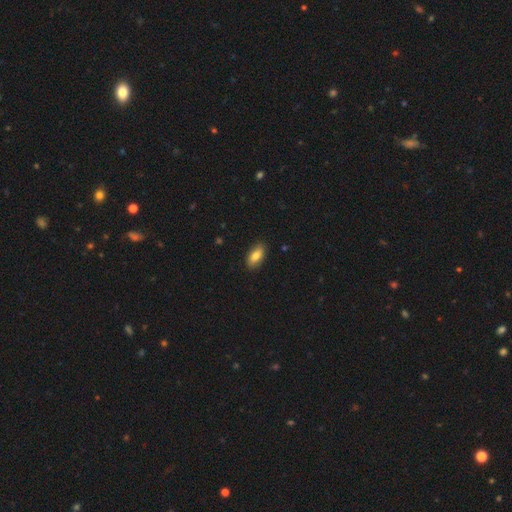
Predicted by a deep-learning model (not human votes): Smooth or featured? Predicted: smooth (p=0.82). How rounded? Predicted: in between (p=0.90). Merging? Predicted: none (p=0.87).